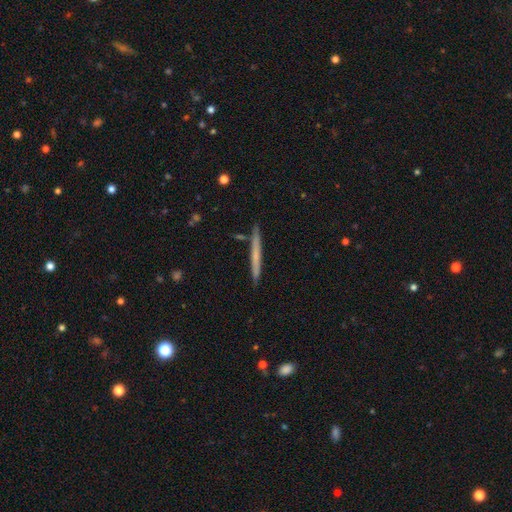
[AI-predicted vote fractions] Q: Smooth or featured?
A: smooth (53%); runner-up: featured or disk (41%)
Q: How rounded?
A: cigar-shaped (97%); runner-up: in between (2%)
Q: Merging?
A: none (89%); runner-up: minor disturbance (8%)